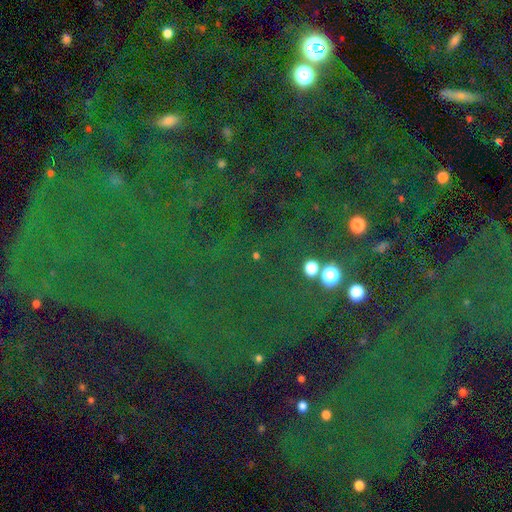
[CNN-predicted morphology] Smooth or featured?
  - star or artifact: 82% *
  - smooth: 10%
  - featured or disk: 8%